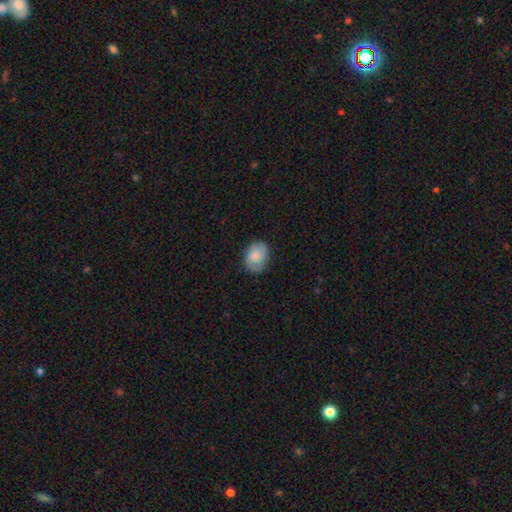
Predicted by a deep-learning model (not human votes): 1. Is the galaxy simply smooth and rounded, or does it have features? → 71% smooth, 22% featured or disk, 7% star or artifact.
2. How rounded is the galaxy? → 65% in between, 34% round, 1% cigar-shaped.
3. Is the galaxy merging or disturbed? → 77% none, 17% minor disturbance, 4% major disturbance, 1% merger.